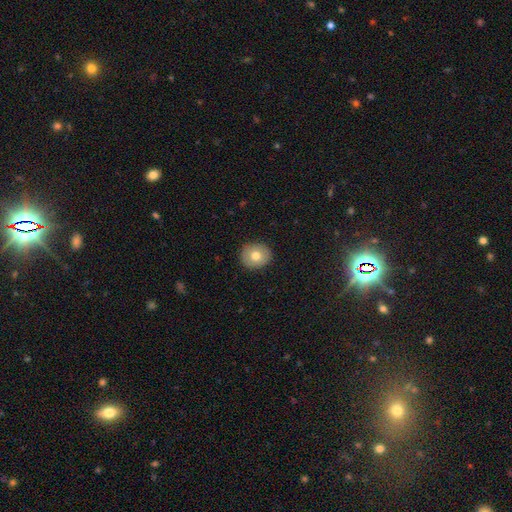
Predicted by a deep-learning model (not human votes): Smooth or featured? Predicted: smooth (p=0.72). How rounded? Predicted: round (p=0.82). Merging? Predicted: none (p=0.90).